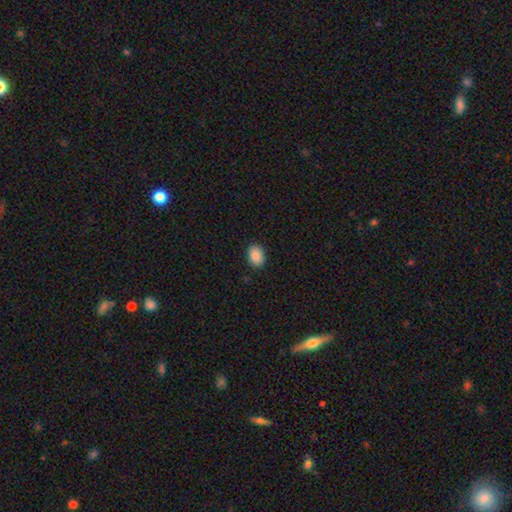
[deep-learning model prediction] This appears to be a smooth galaxy with no disk features (89%) that is in between round and cigar-shaped (78%). Merging: none (89%).